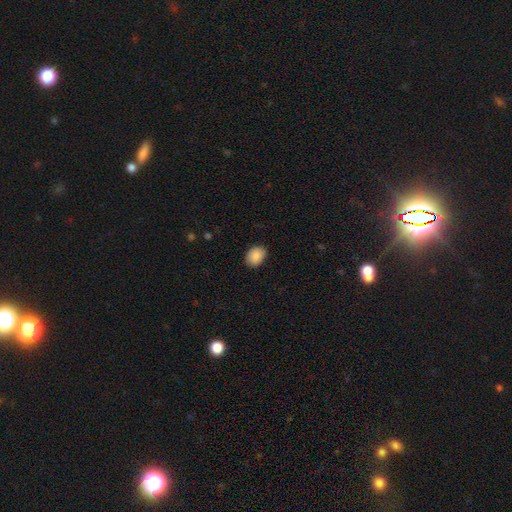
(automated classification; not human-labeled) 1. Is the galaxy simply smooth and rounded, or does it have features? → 90% smooth, 7% star or artifact, 3% featured or disk.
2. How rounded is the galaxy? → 68% in between, 31% round, 1% cigar-shaped.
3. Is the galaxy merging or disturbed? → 86% none, 11% minor disturbance, 2% major disturbance, 1% merger.